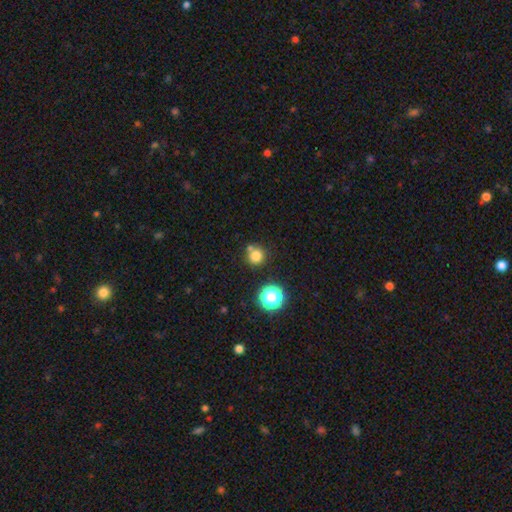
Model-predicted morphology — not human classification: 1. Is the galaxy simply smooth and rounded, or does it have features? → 77% smooth, 17% star or artifact, 7% featured or disk.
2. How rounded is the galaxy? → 92% round, 7% in between, 1% cigar-shaped.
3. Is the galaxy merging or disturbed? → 69% none, 17% merger, 10% minor disturbance, 3% major disturbance.